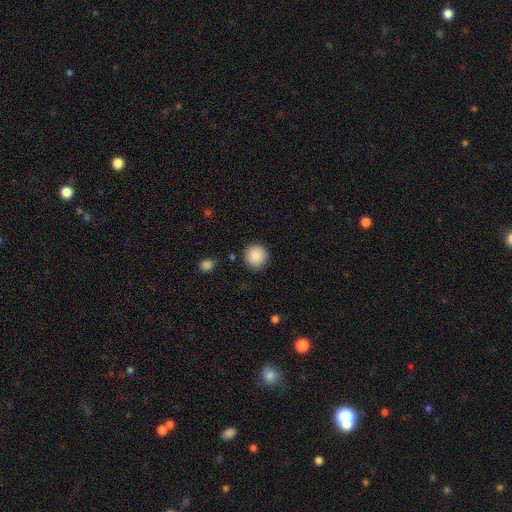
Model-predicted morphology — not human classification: Q: Smooth or featured?
A: smooth (89%); runner-up: star or artifact (8%)
Q: How rounded?
A: round (94%); runner-up: in between (5%)
Q: Merging?
A: none (88%); runner-up: minor disturbance (8%)